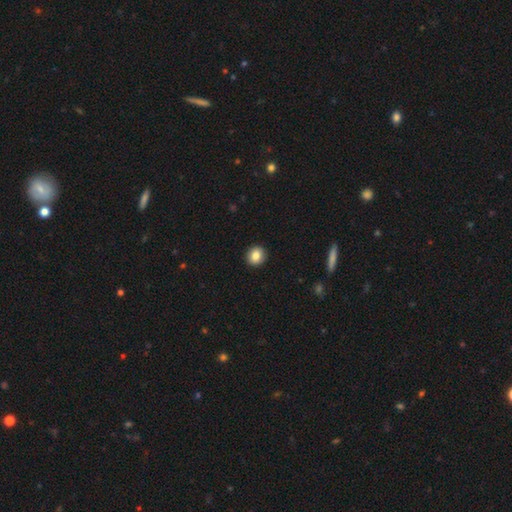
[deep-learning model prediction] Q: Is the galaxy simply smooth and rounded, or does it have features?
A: smooth — 84%.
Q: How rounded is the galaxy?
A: round — 84%.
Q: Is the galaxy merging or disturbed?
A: none — 92%.